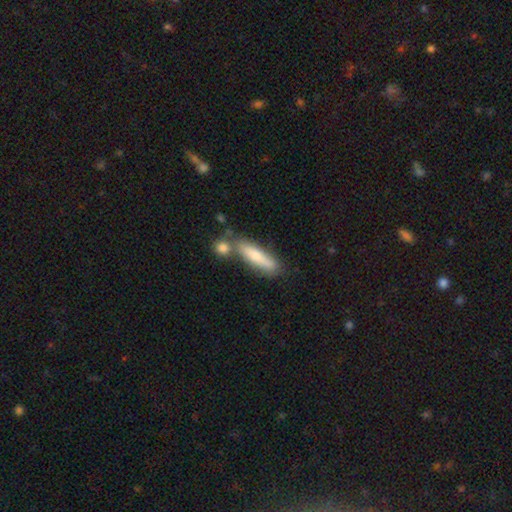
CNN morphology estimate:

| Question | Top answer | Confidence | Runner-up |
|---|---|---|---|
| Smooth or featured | smooth | 67% | featured or disk (27%) |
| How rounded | cigar-shaped | 77% | in between (21%) |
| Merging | none | 60% | merger (20%) |